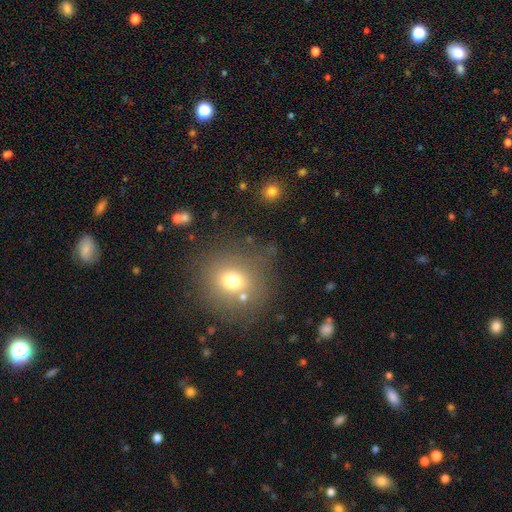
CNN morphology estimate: smooth 58%, star or artifact 31%, featured or disk 12%. Down the decision tree: how rounded — round (88%); merging — none (84%).